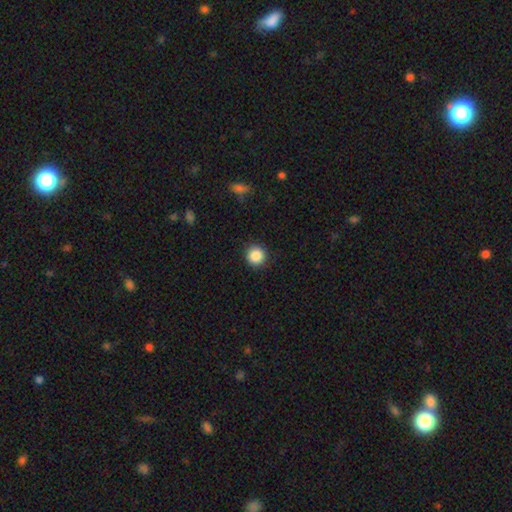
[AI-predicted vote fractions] smooth-or-featured: smooth: 87% | star or artifact: 10% | featured or disk: 3%
  how-rounded: round: 95% | in between: 4% | cigar-shaped: 1%
  merging: none: 91% | minor disturbance: 6% | major disturbance: 2% | merger: 1%